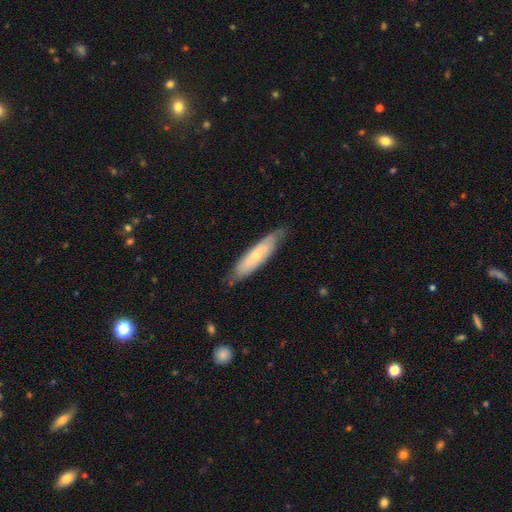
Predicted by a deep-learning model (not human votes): Morphology: type=smooth (48%); merging=none (73%).